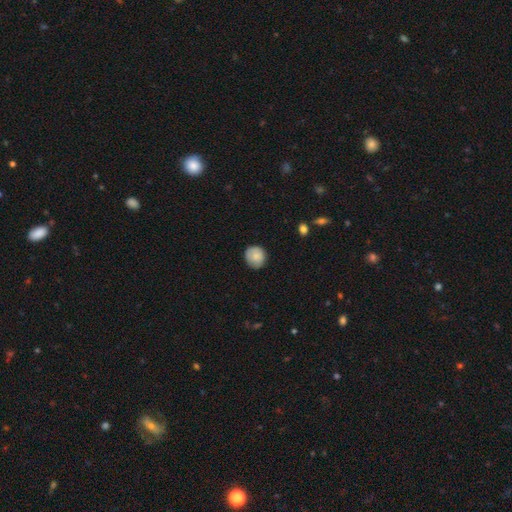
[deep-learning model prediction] smooth 84%, featured or disk 9%, star or artifact 7%. Down the decision tree: how rounded — round (88%); merging — none (81%).